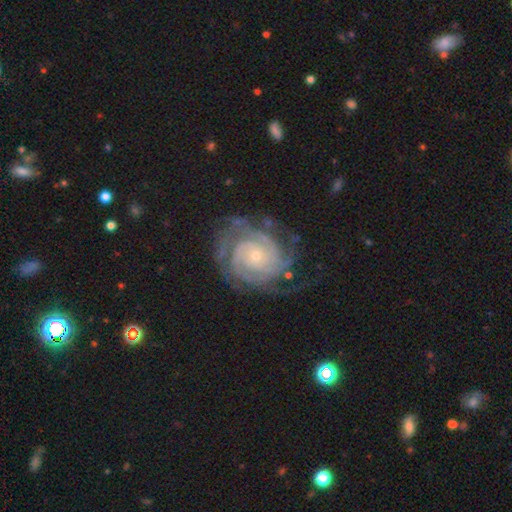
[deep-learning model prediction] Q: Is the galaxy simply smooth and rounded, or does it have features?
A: featured or disk — 90%.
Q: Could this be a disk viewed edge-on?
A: no — 98%.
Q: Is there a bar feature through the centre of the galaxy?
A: no — 76%.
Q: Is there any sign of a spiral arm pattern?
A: yes — 98%.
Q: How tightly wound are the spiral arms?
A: tight — 76%.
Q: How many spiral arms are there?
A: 2 — 25%, tied with 3.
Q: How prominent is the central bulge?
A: small — 76%.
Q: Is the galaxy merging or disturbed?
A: none — 70%.